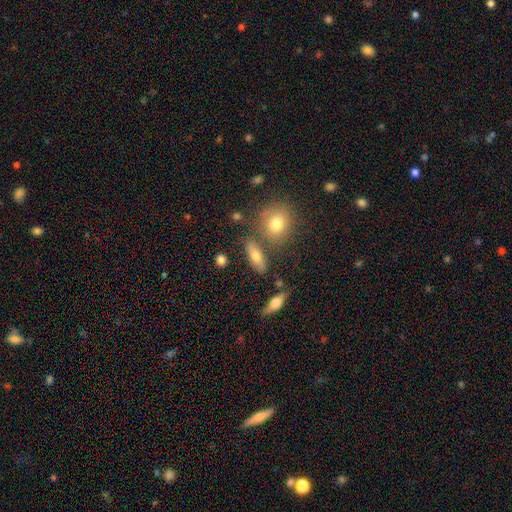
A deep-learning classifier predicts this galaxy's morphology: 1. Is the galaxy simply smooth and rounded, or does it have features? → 65% smooth, 25% featured or disk, 10% star or artifact.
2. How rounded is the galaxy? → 61% in between, 30% cigar-shaped, 9% round.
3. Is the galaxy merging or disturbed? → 72% none, 13% minor disturbance, 11% merger, 4% major disturbance.